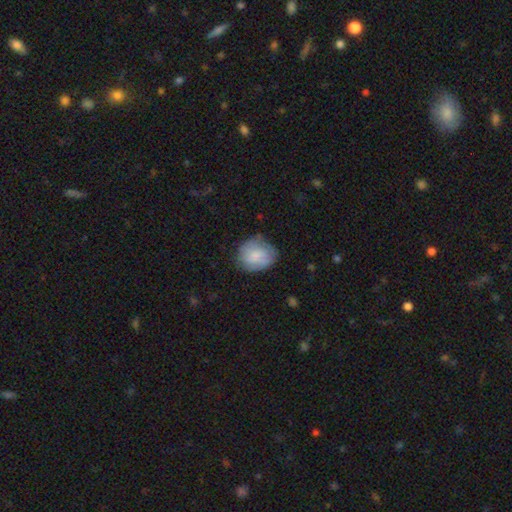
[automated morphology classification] Smooth or featured? smooth (78%)
How rounded? round (64%)
Merging? none (69%)